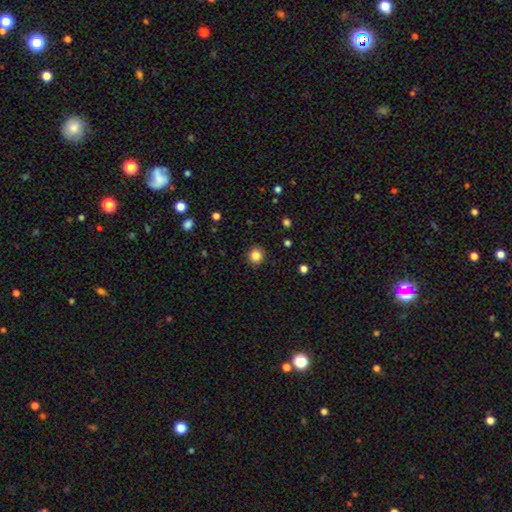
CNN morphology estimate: A smooth galaxy with no disk features (84%) that is round (87%). Merging: none (91%).